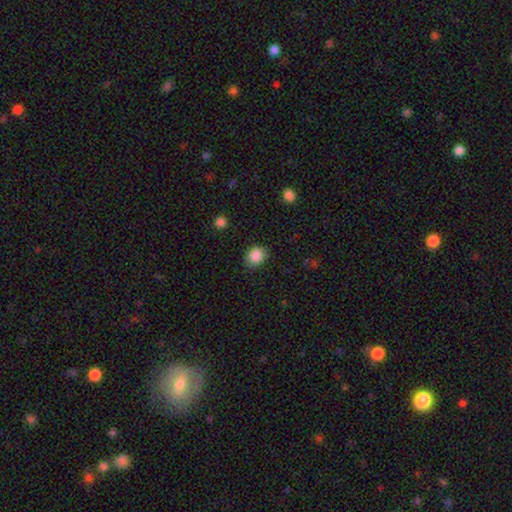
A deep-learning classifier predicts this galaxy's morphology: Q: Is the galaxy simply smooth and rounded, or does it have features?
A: smooth — 87%.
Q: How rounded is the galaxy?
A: round — 59%.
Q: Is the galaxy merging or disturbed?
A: none — 82%.